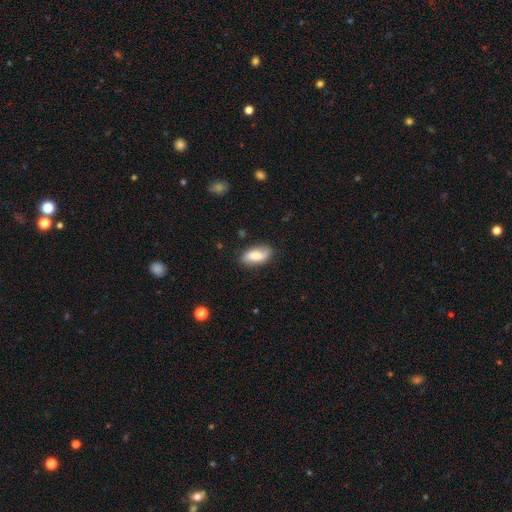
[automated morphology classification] smooth-or-featured: smooth: 71% | featured or disk: 22% | star or artifact: 7%
  how-rounded: in between: 91% | cigar-shaped: 6% | round: 3%
  merging: none: 76% | minor disturbance: 19% | major disturbance: 4% | merger: 2%